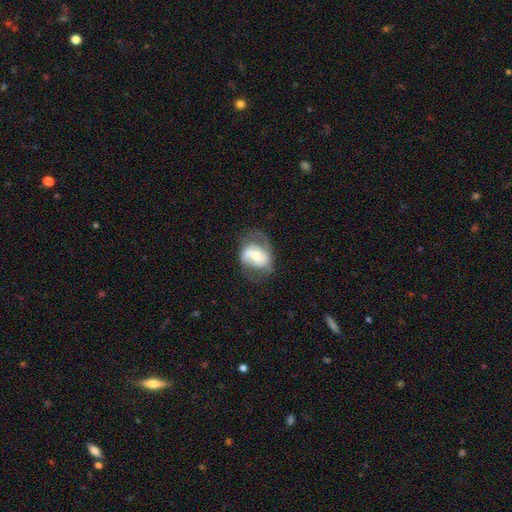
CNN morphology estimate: Overall: featured or disk (60%; smooth 33%). Edge-on disk: no (96%). Bar: no (45%; weak 34%). Spiral arms: yes (71%). Bulge size: moderate (58%; small 31%). Merging: none (51%; minor disturbance 25%).